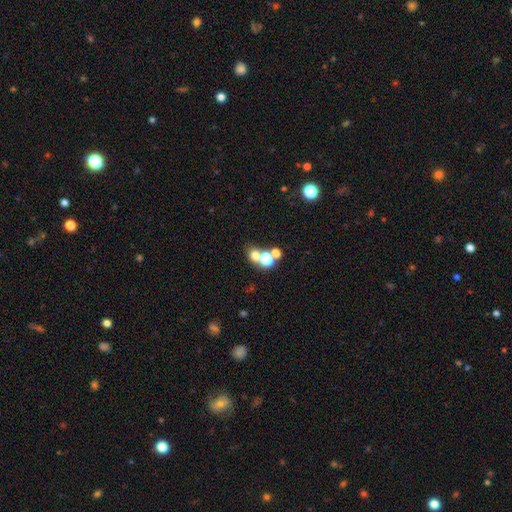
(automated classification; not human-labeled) This is likely a smooth galaxy (63%). How rounded: likely round (74%). Merging: possibly none (47%).